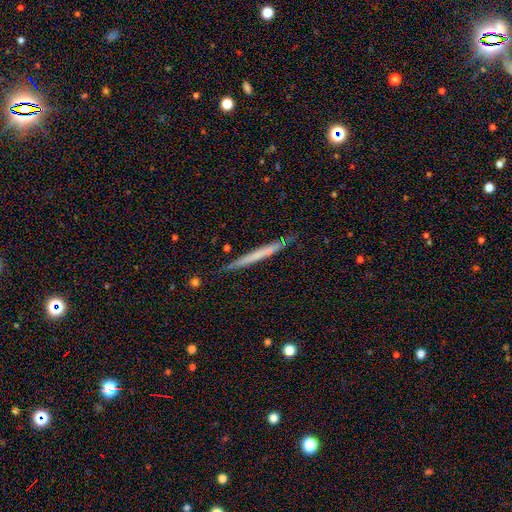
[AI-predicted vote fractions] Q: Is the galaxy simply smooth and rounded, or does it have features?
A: smooth — 53%.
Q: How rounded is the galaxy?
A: cigar-shaped — 97%.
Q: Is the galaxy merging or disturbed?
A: none — 85%.